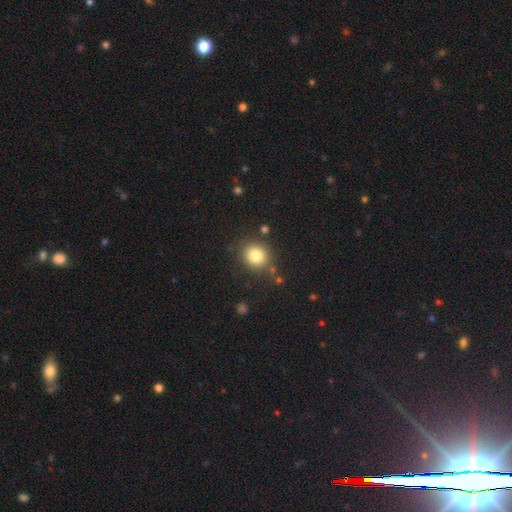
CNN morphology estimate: smooth_or_featured: smooth (p=0.81) [alt: star or artifact p=0.12]
how_rounded: round (p=0.81) [alt: in between p=0.18]
merging: none (p=0.83) [alt: minor disturbance p=0.09]